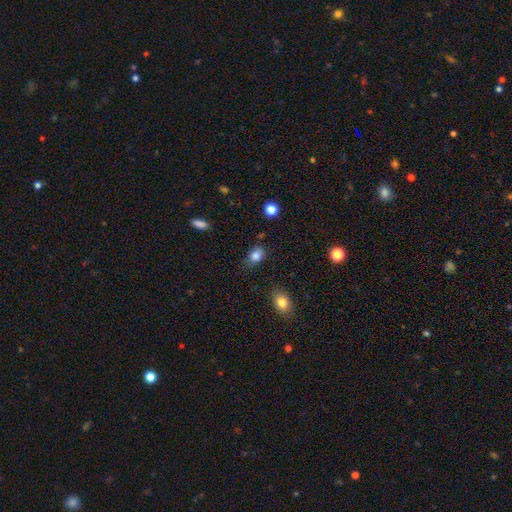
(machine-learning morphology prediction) type=smooth (84%); roundness=in between (77%); merging=none (67%).